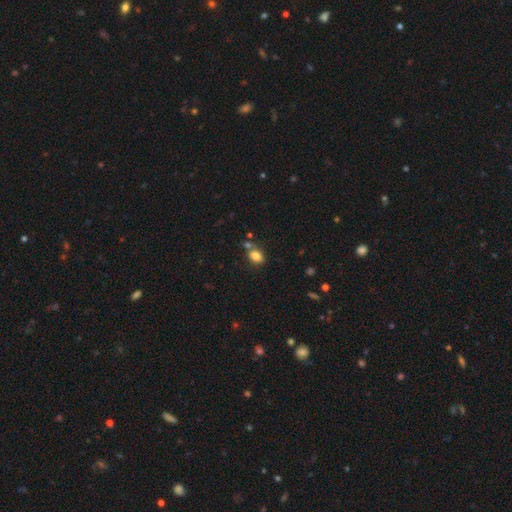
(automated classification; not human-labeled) smooth_or_featured: smooth (p=0.83) [alt: star or artifact p=0.10]
how_rounded: in between (p=0.75) [alt: round p=0.24]
merging: none (p=0.65) [alt: merger p=0.16]